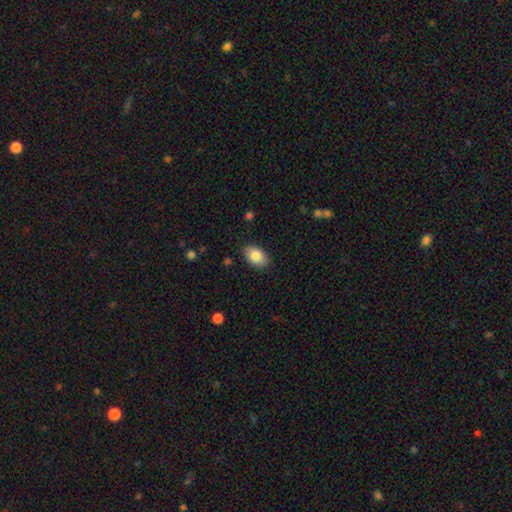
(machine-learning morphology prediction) This is clearly a smooth galaxy (85%). How rounded: clearly in between (89%). Merging: clearly none (86%).